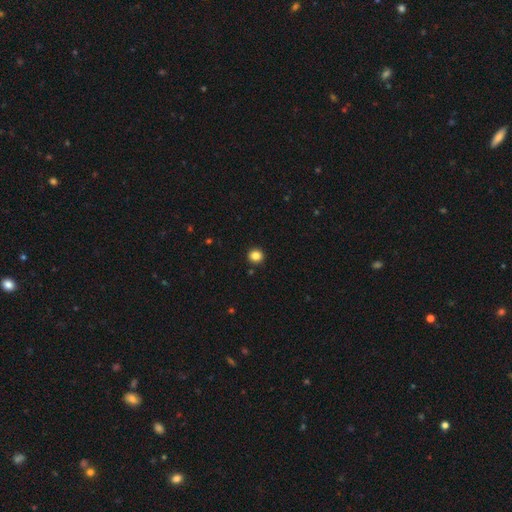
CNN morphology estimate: smooth 85%, star or artifact 11%, featured or disk 4%. Down the decision tree: how rounded — round (92%); merging — none (93%).